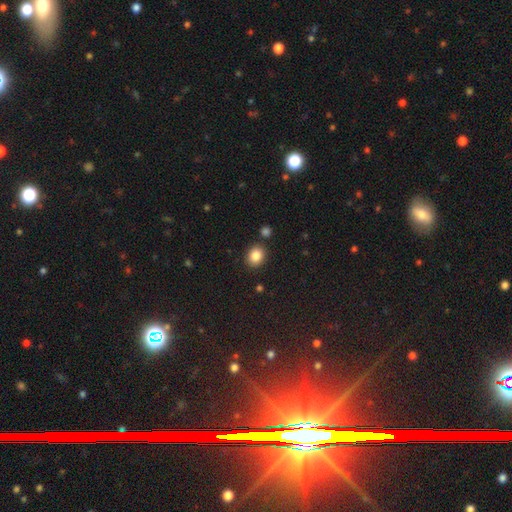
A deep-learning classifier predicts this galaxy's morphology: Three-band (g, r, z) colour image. It shows a smooth galaxy with no disk features (86%) that is round (60%). Merging: none (85%).